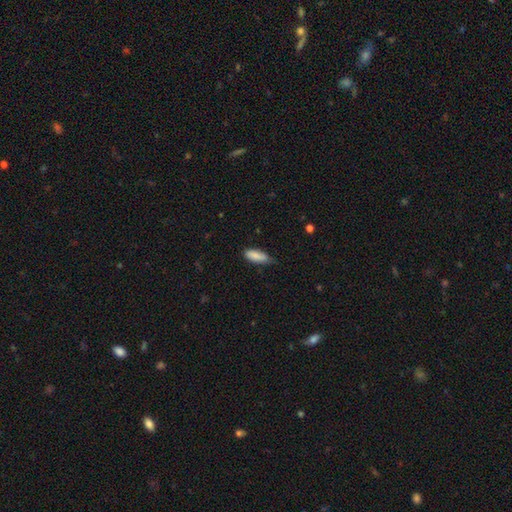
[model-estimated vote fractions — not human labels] A smooth galaxy with no disk features (85%) that is in between round and cigar-shaped (71%). Merging: none (57%).